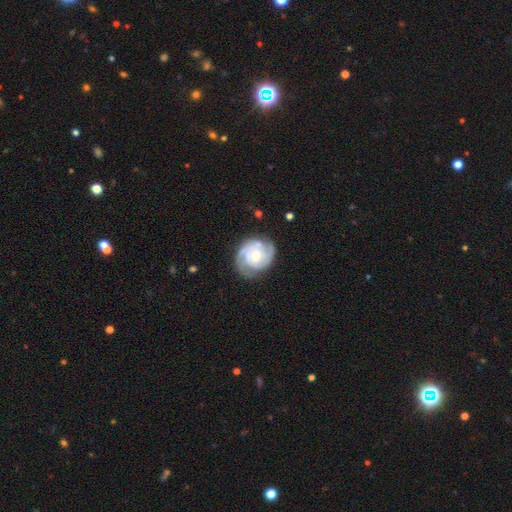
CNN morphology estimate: smooth_or_featured: featured or disk (p=0.80) [alt: smooth p=0.14]
disk_edge_on: no (p=0.98) [alt: yes p=0.02]
bar: no (p=0.63) [alt: weak p=0.31]
has_spiral_arms: yes (p=0.93) [alt: no p=0.07]
spiral_winding: tight (p=0.58) [alt: medium p=0.33]
spiral_arm_count: 2 (p=0.42) [alt: can't tell p=0.24]
bulge_size: moderate (p=0.50) [alt: small p=0.44]
merging: none (p=0.68) [alt: minor disturbance p=0.21]